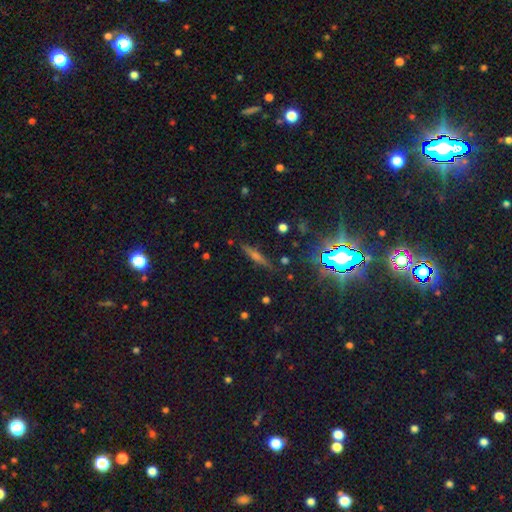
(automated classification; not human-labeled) featured or disk 46%, smooth 31%, star or artifact 24%. Down the decision tree: merging — none (85%).